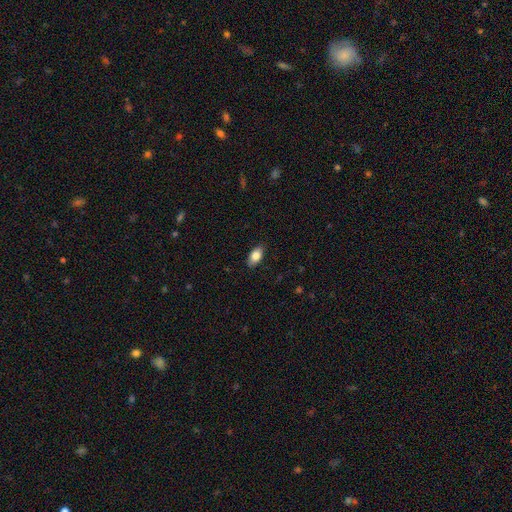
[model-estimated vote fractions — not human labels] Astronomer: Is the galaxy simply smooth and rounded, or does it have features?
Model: smooth — 83%.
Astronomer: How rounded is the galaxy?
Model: in between — 91%.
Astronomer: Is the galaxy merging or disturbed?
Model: none — 86%.